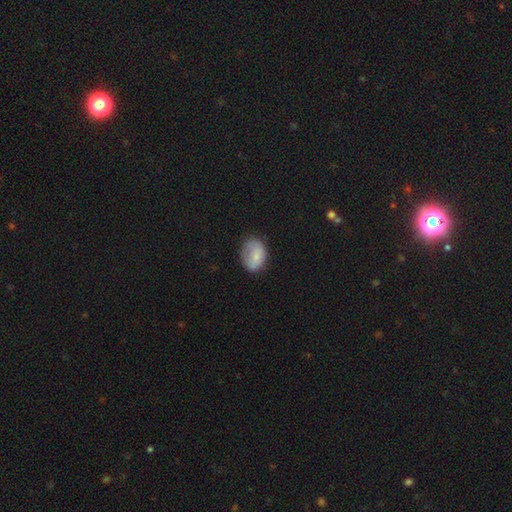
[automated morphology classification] smooth-or-featured: smooth: 77% | featured or disk: 15% | star or artifact: 8%
  how-rounded: in between: 75% | round: 24% | cigar-shaped: 1%
  merging: none: 57% | minor disturbance: 30% | major disturbance: 12% | merger: 1%